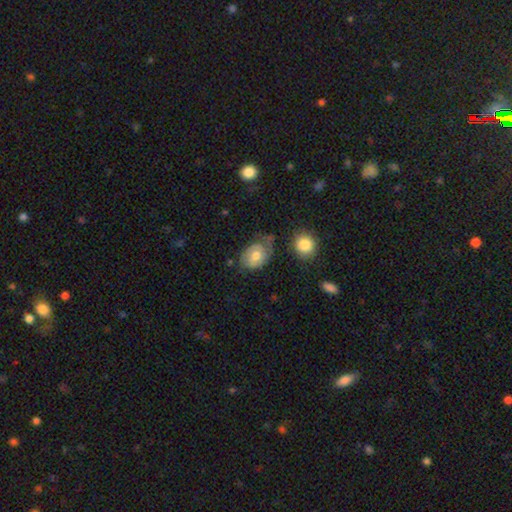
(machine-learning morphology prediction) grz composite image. It shows a smooth galaxy with no disk features (49%). Merging: none (45%).